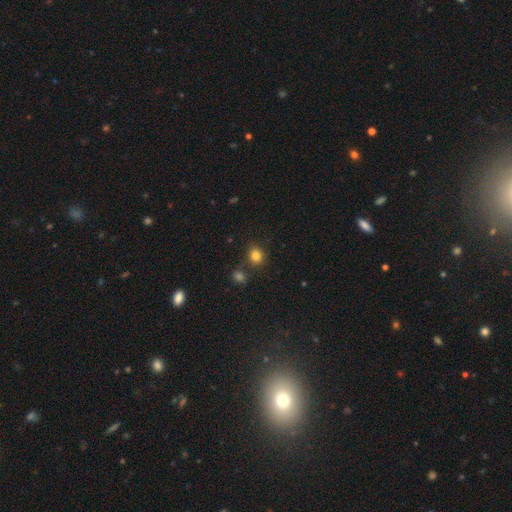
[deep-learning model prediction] Q: Smooth or featured?
A: smooth (82%); runner-up: star or artifact (13%)
Q: How rounded?
A: round (77%); runner-up: in between (22%)
Q: Merging?
A: none (76%); runner-up: merger (11%)